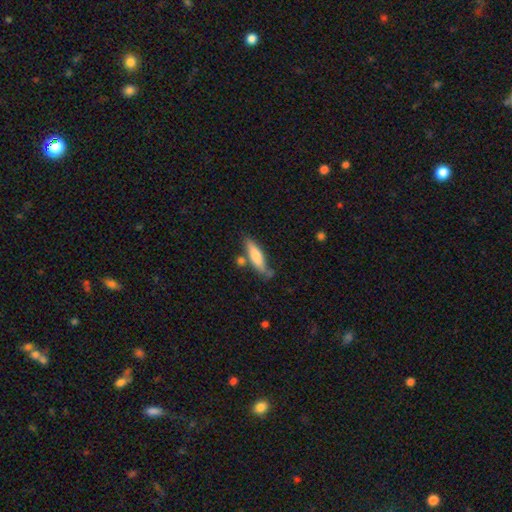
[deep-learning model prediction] A smooth galaxy with no disk features (66%) that is cigar-shaped (71%). Merging: none (65%).